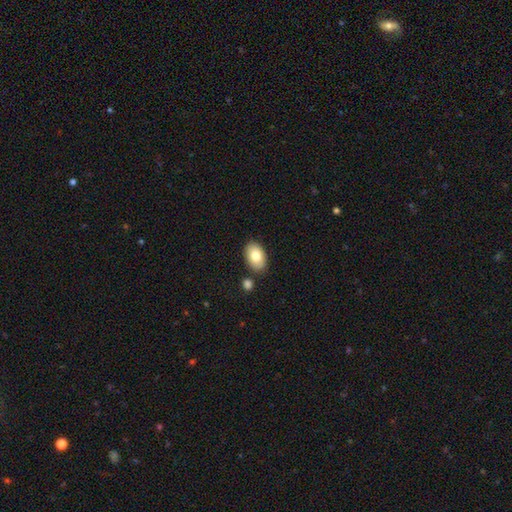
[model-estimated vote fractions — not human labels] Morphology: type=smooth (80%); roundness=in between (90%); merging=none (81%).